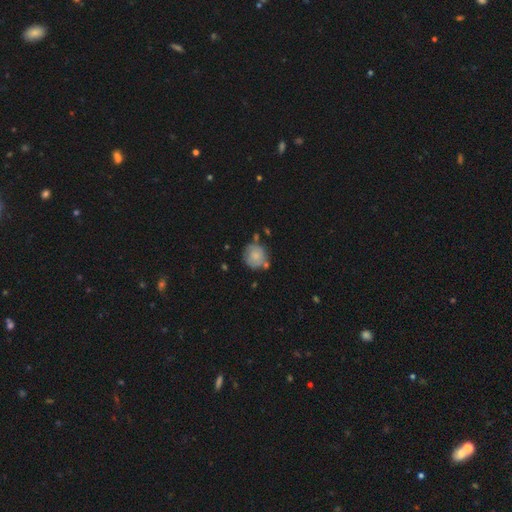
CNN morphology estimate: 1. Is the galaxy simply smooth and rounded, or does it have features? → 71% smooth, 22% featured or disk, 8% star or artifact.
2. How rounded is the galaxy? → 87% round, 12% in between, 1% cigar-shaped.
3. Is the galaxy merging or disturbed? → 65% none, 20% minor disturbance, 9% merger, 5% major disturbance.